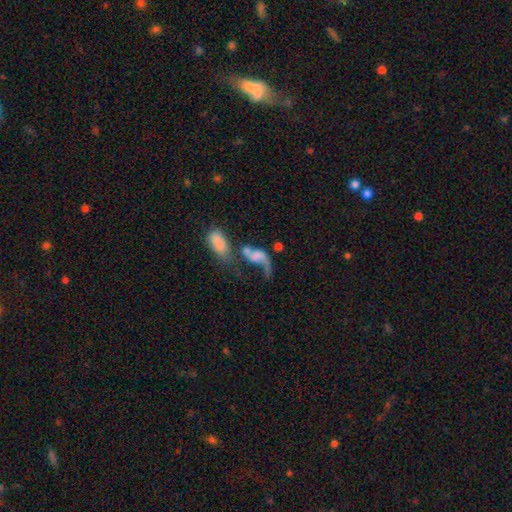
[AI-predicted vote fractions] Smooth or featured: featured or disk — 59% (smooth — 31%)
Edge-on disk: no — 95% (yes — 5%)
Bar: no — 61% (weak — 29%)
Spiral arms: yes — 75% (no — 25%)
Bulge size: none — 49% (small — 21%)
Merging: merger — 47% (major disturbance — 23%)